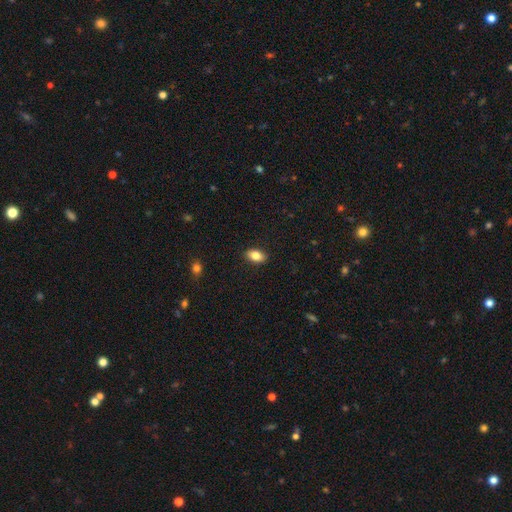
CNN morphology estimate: Overall: smooth (82%). How rounded: in between (89%). Merging: none (89%).